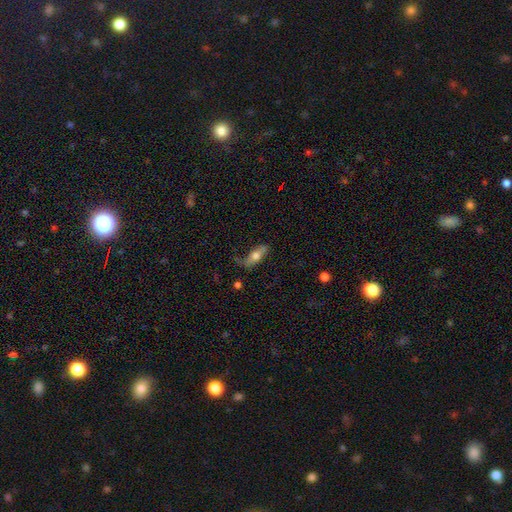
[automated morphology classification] smooth-or-featured: smooth: 59% | featured or disk: 35% | star or artifact: 6%
  how-rounded: in between: 62% | cigar-shaped: 34% | round: 3%
  merging: none: 58% | minor disturbance: 28% | major disturbance: 11% | merger: 3%